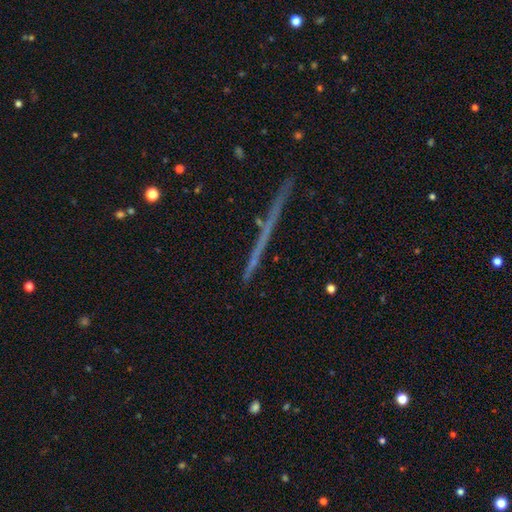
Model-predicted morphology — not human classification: featured or disk 44%, star or artifact 28%, smooth 28%. Down the decision tree: merging — none (88%).